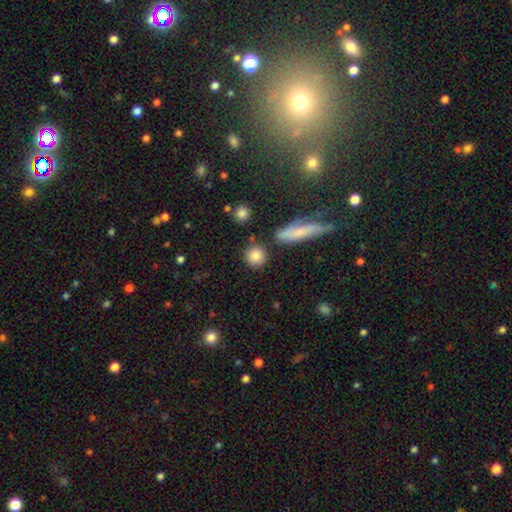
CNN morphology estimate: smooth_or_featured: smooth (p=0.85) [alt: star or artifact p=0.08]
how_rounded: round (p=0.84) [alt: in between p=0.12]
merging: none (p=0.81) [alt: minor disturbance p=0.09]